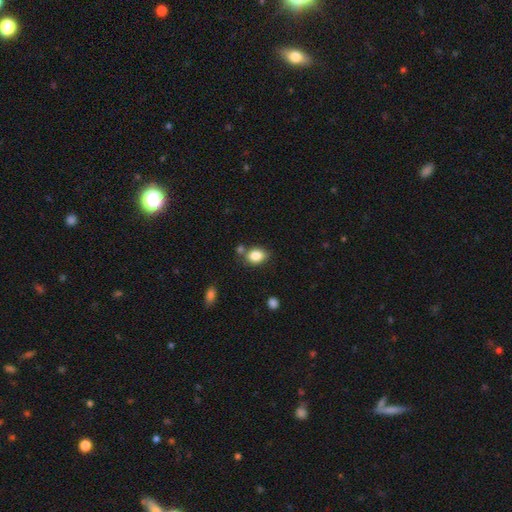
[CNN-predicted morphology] A smooth galaxy with no disk features (84%) that is in between round and cigar-shaped (65%). Merging: none (68%).